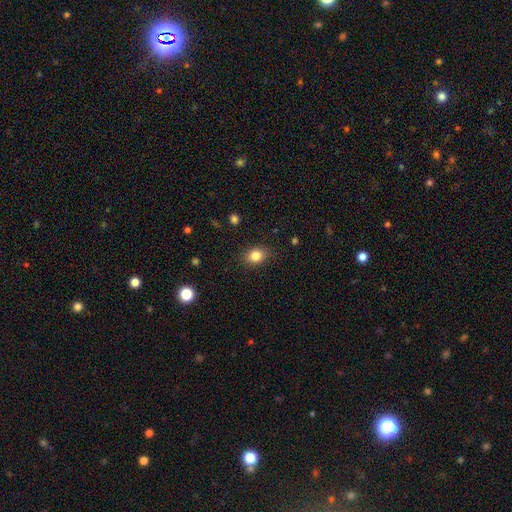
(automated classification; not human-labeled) This appears to be a smooth galaxy with no disk features (83%) that is in between round and cigar-shaped (56%). Merging: none (85%).